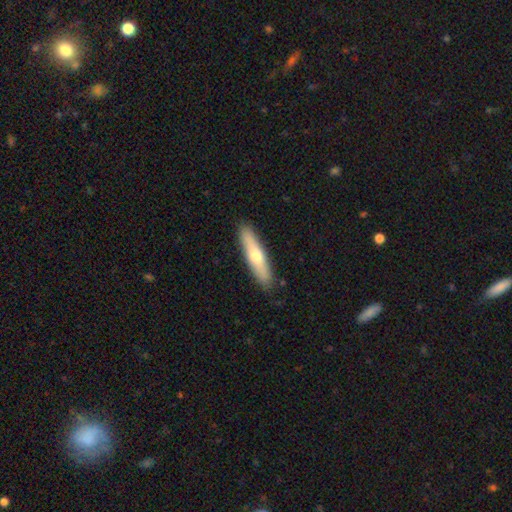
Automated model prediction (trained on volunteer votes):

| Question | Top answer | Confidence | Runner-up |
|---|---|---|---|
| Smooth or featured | smooth | 57% | featured or disk (38%) |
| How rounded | cigar-shaped | 79% | in between (19%) |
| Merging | none | 89% | minor disturbance (8%) |